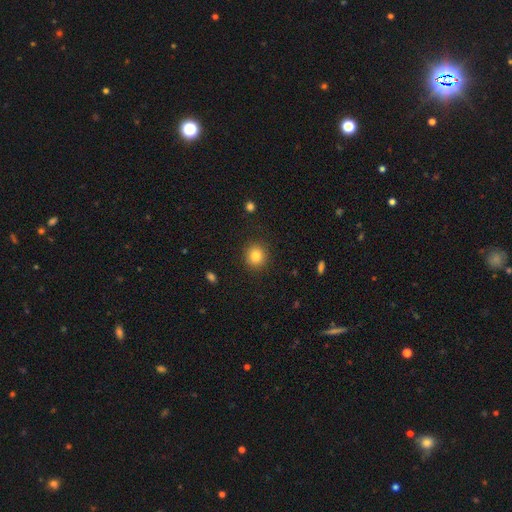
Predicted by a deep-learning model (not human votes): Smooth or featured? smooth (83%)
How rounded? round (89%)
Merging? none (89%)